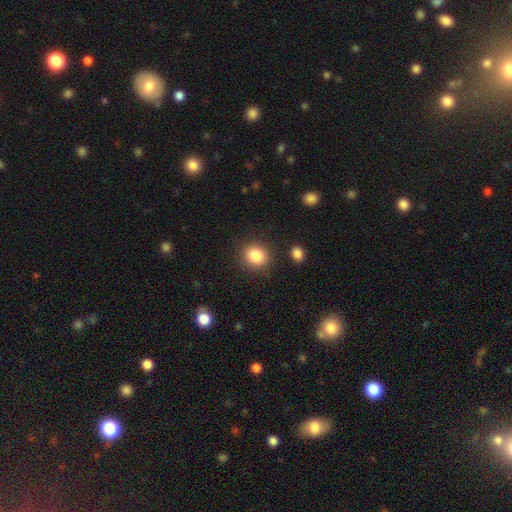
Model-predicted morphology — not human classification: The model was most divided on "how rounded": round: 81%, in between: 18%, cigar-shaped: 1%. More confident: merging — none (88%); smooth or featured — smooth (85%).